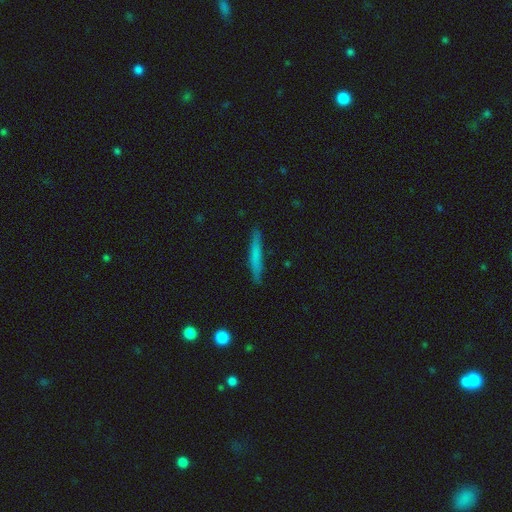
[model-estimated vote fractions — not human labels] A smooth galaxy with no disk features (63%) that is cigar-shaped (95%). Merging: none (88%).